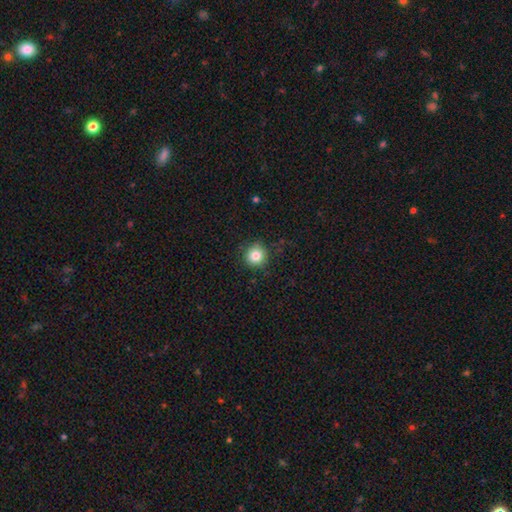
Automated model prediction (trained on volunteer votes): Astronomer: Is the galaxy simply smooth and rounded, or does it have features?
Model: smooth — 83%.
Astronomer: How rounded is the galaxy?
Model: round — 93%.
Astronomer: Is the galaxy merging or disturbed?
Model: none — 87%.